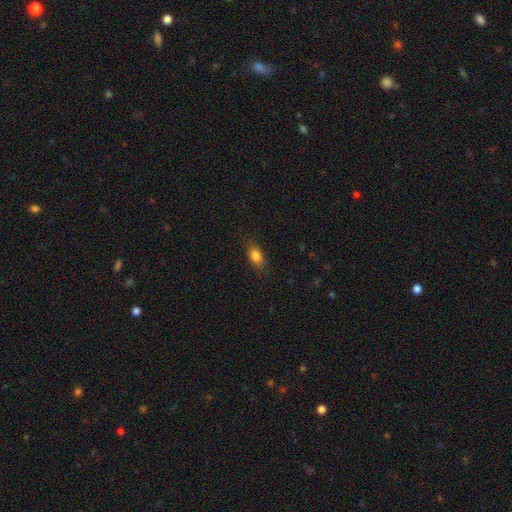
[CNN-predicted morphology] Smooth or featured?
  - smooth: 83% *
  - star or artifact: 9%
  - featured or disk: 8%
How rounded?
  - in between: 83% *
  - round: 9%
  - cigar-shaped: 8%
Merging?
  - none: 83% *
  - minor disturbance: 12%
  - major disturbance: 3%
  - merger: 1%